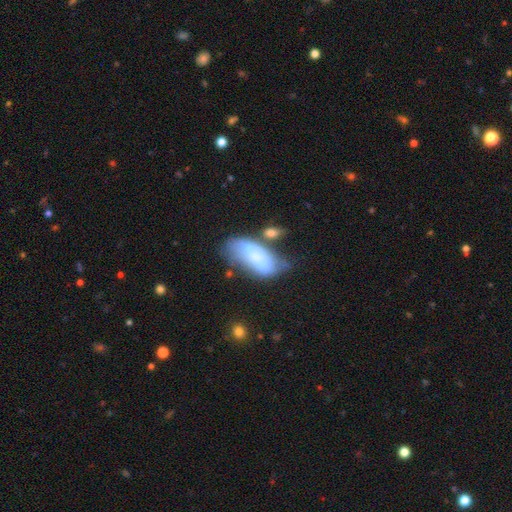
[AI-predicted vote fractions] Smooth or featured: smooth — 53% (featured or disk — 38%)
How rounded: in between — 89% (cigar-shaped — 8%)
Merging: none — 30% (minor disturbance — 25%)